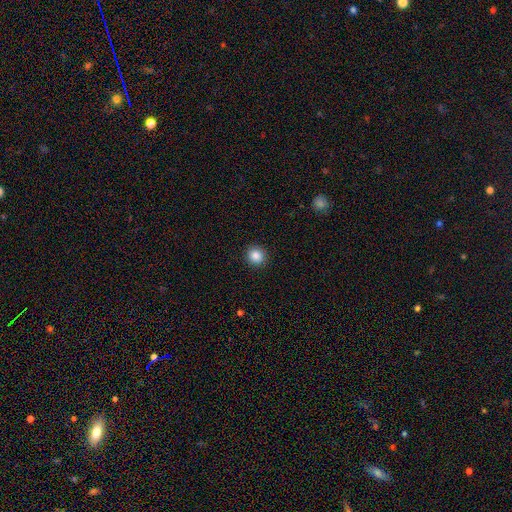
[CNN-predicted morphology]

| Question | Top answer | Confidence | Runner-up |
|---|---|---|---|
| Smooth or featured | smooth | 87% | star or artifact (10%) |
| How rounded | round | 89% | in between (10%) |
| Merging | none | 91% | minor disturbance (6%) |